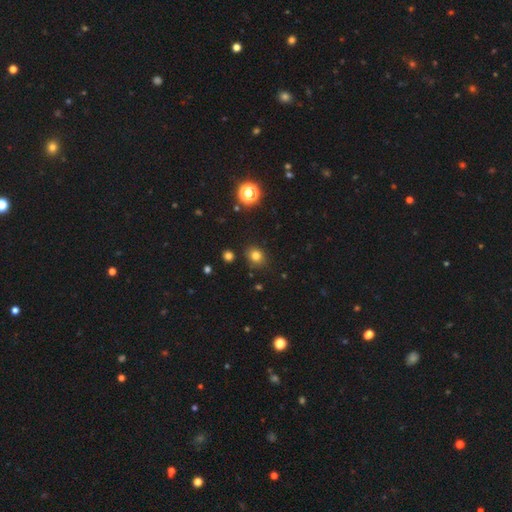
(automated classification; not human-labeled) A smooth galaxy with no disk features (79%) that is round (75%).

Vote fractions:
- Smooth or featured? smooth: 79% / star or artifact: 16% / featured or disk: 6%
- How rounded? round: 75% / in between: 24% / cigar-shaped: 1%
- Merging? none: 86% / minor disturbance: 9% / major disturbance: 3% / merger: 2%